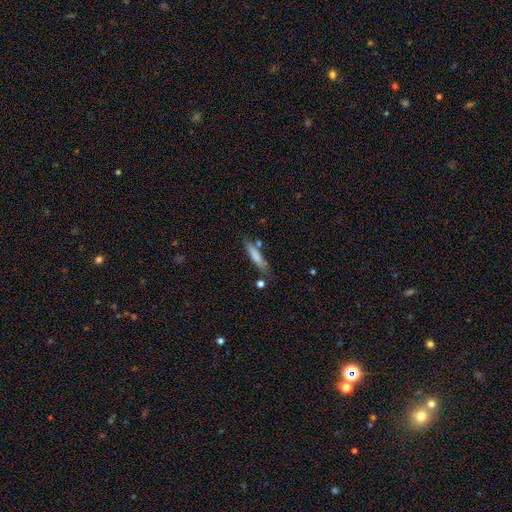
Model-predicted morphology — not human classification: The model was most divided on "merging": none: 69%, minor disturbance: 19%, merger: 8%, major disturbance: 5%. More confident: how rounded — cigar-shaped (86%); smooth or featured — smooth (74%).